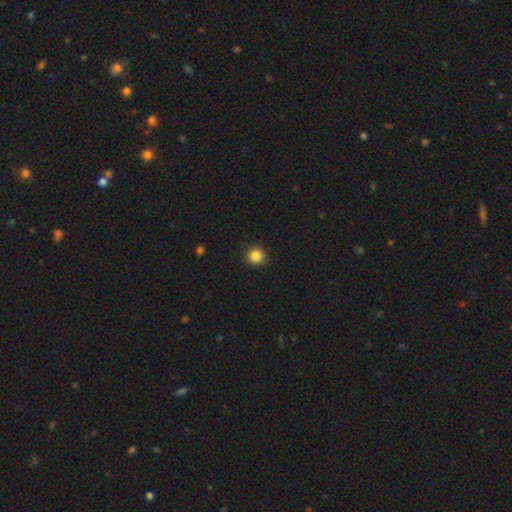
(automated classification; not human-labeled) The model was most divided on "smooth or featured": smooth: 86%, star or artifact: 11%, featured or disk: 4%. More confident: how rounded — round (95%); merging — none (92%).